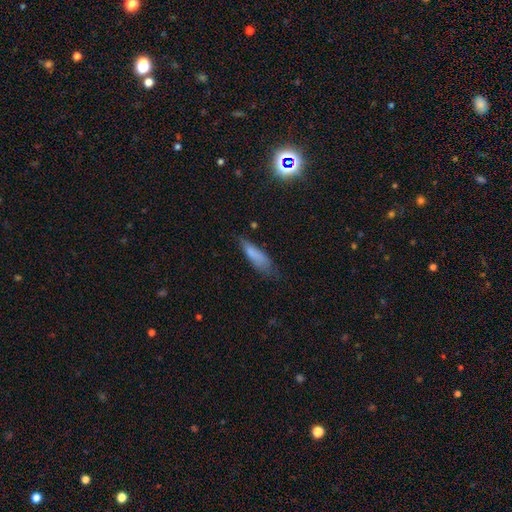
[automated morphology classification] This is likely a smooth galaxy (79%). How rounded: possibly cigar-shaped (55%). Merging: possibly none (52%).